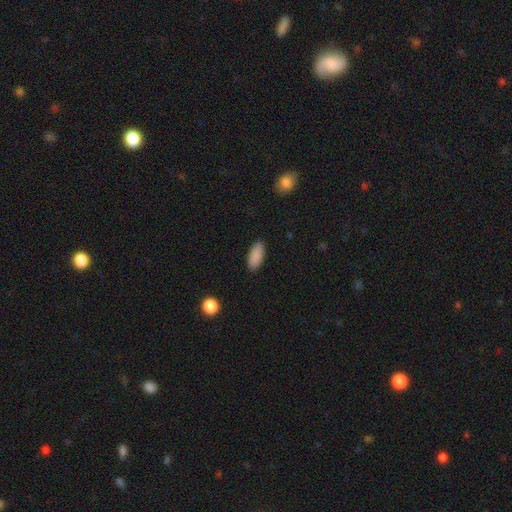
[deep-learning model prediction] The model was most divided on "how rounded": in between: 87%, cigar-shaped: 11%, round: 2%. More confident: smooth or featured — smooth (89%); merging — none (89%).